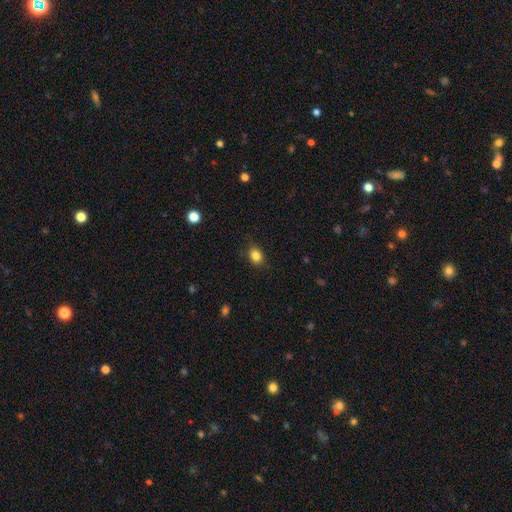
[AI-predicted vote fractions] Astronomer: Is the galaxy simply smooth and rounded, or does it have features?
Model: smooth — 85%.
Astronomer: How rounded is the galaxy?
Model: in between — 54% (runner-up: round, 45%).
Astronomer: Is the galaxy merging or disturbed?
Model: none — 85%.